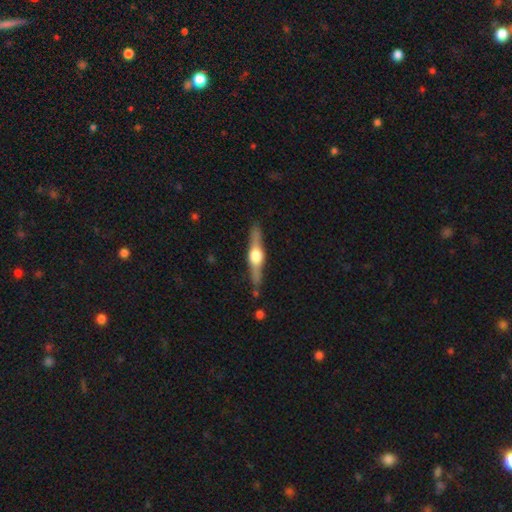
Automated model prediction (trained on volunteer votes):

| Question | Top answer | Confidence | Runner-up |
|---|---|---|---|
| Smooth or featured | featured or disk | 77% | smooth (18%) |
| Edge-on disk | yes | 98% | no (2%) |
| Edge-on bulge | rounded | 93% | boxy (5%) |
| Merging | none | 87% | minor disturbance (9%) |